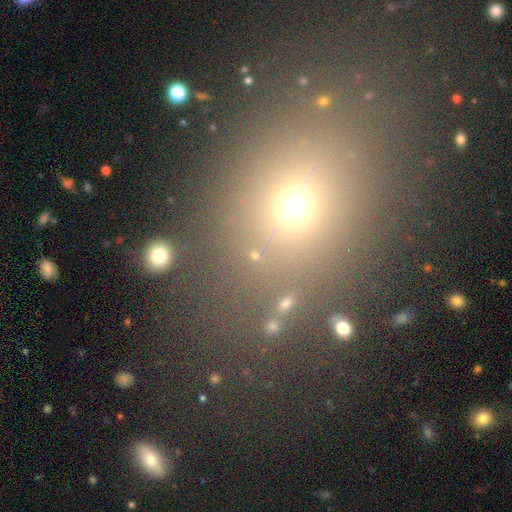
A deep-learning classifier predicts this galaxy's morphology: Smooth or featured? Predicted: smooth (p=0.63). How rounded? Predicted: round (p=0.78). Merging? Predicted: none (p=0.76).